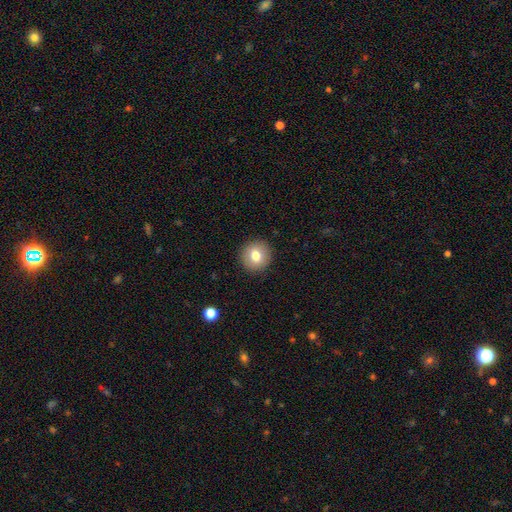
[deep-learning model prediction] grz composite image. It shows a smooth galaxy with no disk features (78%) that is round (92%). Merging: none (91%).